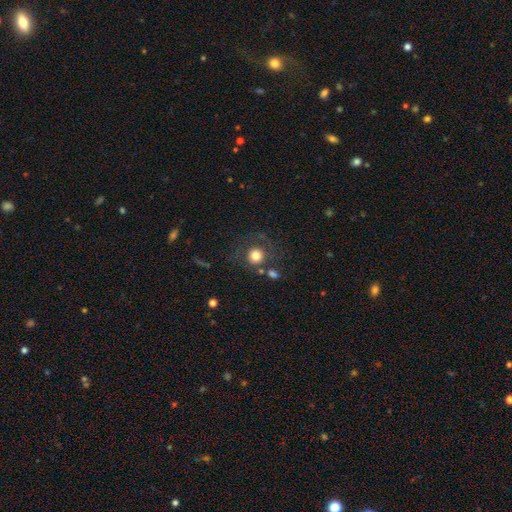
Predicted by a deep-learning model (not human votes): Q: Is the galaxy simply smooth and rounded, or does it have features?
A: smooth — 75%.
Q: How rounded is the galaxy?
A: round — 90%.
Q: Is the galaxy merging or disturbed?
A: none — 62%.